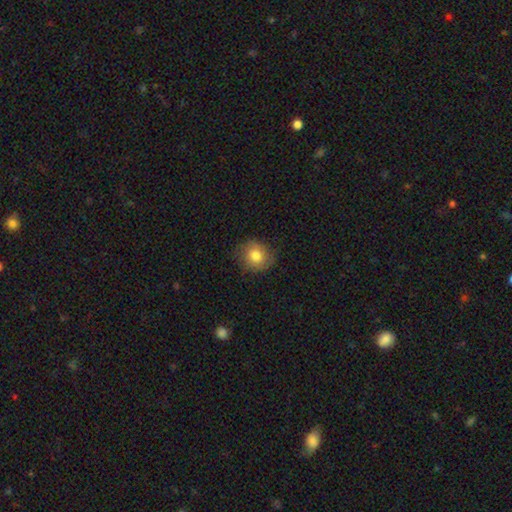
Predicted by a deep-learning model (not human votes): Smooth or featured? Predicted: smooth (p=0.81). How rounded? Predicted: round (p=0.80). Merging? Predicted: none (p=0.81).